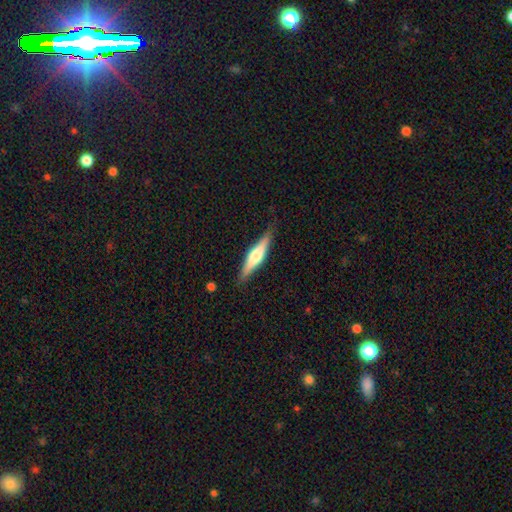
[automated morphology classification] Smooth or featured? featured or disk (52%)
Edge-on disk? yes (95%)
Merging? none (85%)